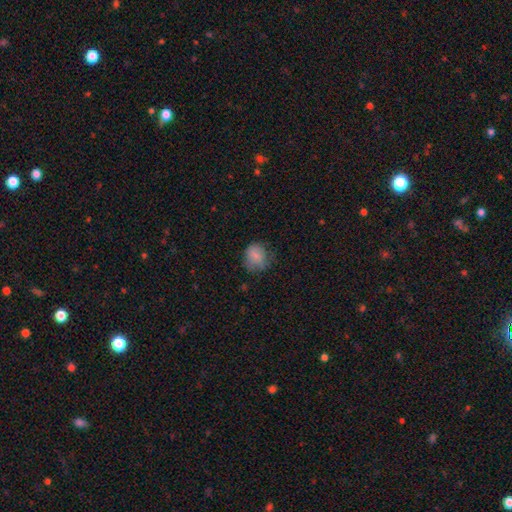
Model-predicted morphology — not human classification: This is clearly a smooth galaxy (81%). How rounded: likely round (73%). Merging: likely none (64%).